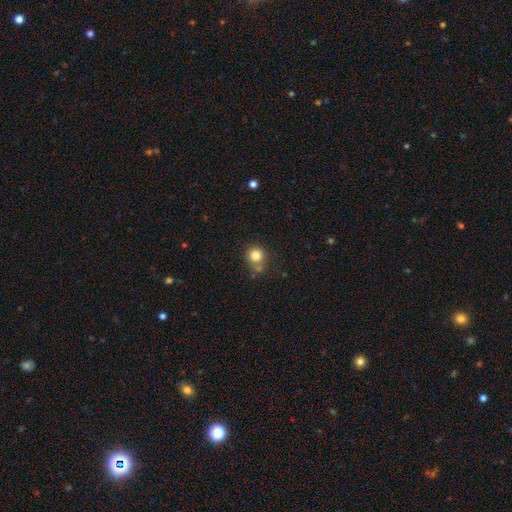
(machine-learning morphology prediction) This is clearly a smooth galaxy (82%). How rounded: clearly round (90%). Merging: likely none (66%).